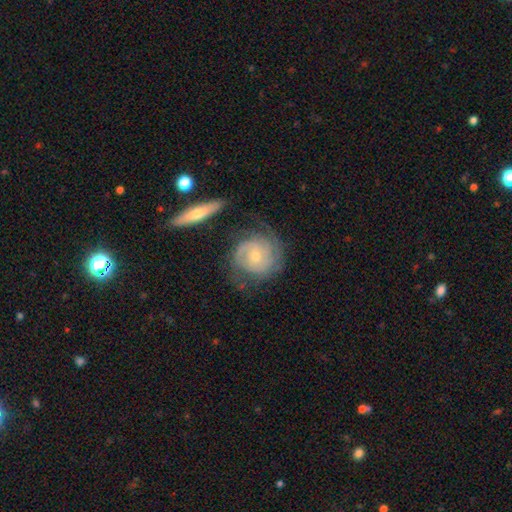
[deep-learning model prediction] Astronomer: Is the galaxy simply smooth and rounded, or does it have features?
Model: featured or disk — 79%.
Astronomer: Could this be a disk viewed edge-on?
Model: no — 97%.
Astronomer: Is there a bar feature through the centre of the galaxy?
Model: no — 64%.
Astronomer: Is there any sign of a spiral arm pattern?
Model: yes — 94%.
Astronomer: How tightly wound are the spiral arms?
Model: tight — 66%.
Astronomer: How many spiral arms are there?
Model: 2 — 41% (runner-up: can't tell, 29%).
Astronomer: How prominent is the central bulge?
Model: small — 63%.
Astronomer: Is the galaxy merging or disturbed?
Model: none — 65%.